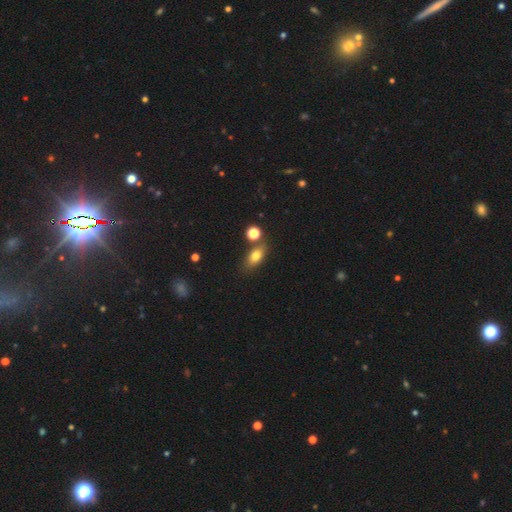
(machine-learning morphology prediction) This appears to be a smooth galaxy with no disk features (77%) that is in between round and cigar-shaped (79%). Merging: none (71%).